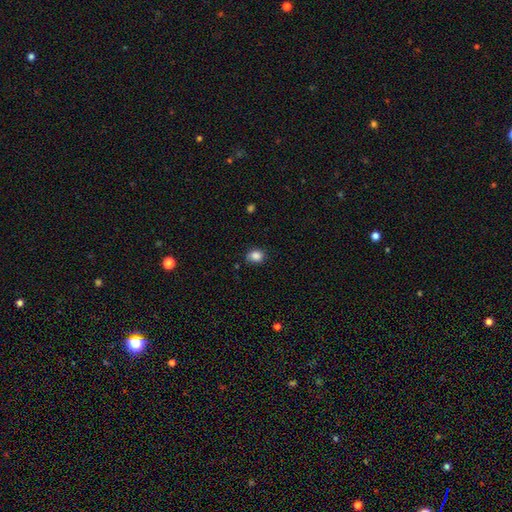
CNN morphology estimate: Q: Smooth or featured?
A: smooth (86%); runner-up: star or artifact (10%)
Q: How rounded?
A: round (59%); runner-up: in between (40%)
Q: Merging?
A: none (77%); runner-up: minor disturbance (18%)